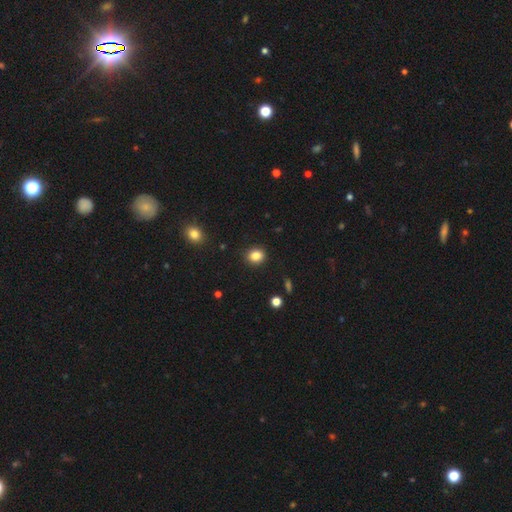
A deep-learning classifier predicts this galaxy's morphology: smooth_or_featured: smooth (p=0.84) [alt: star or artifact p=0.10]
how_rounded: round (p=0.62) [alt: in between p=0.37]
merging: none (p=0.89) [alt: minor disturbance p=0.08]